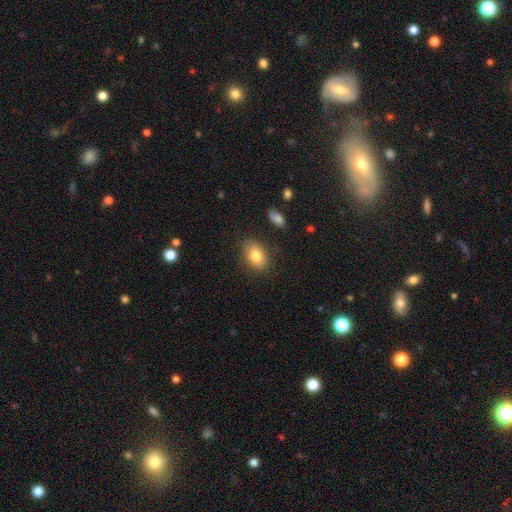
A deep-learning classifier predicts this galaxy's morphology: Smooth or featured? smooth (80%)
How rounded? in between (82%)
Merging? none (83%)